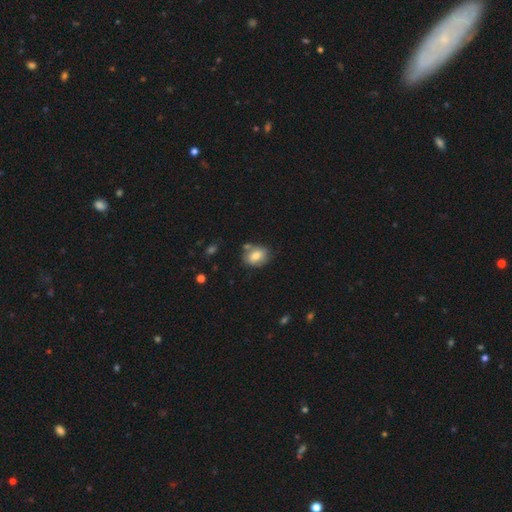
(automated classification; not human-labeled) Q: Smooth or featured?
A: smooth (72%); runner-up: featured or disk (19%)
Q: How rounded?
A: in between (62%); runner-up: round (37%)
Q: Merging?
A: none (65%); runner-up: minor disturbance (19%)